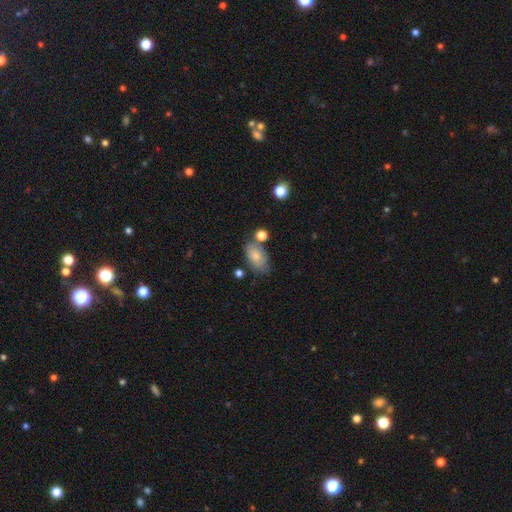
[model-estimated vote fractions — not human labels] A smooth galaxy with no disk features (76%) that is in between round and cigar-shaped (90%). Merging: none (59%).